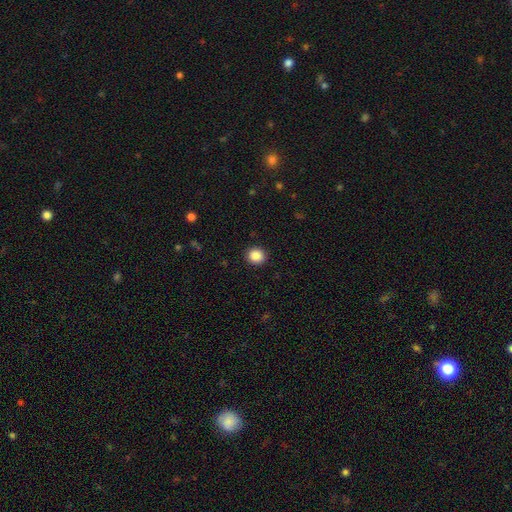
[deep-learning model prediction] Smooth or featured: smooth — 88% (star or artifact — 9%)
How rounded: round — 85% (in between — 14%)
Merging: none — 91% (minor disturbance — 6%)